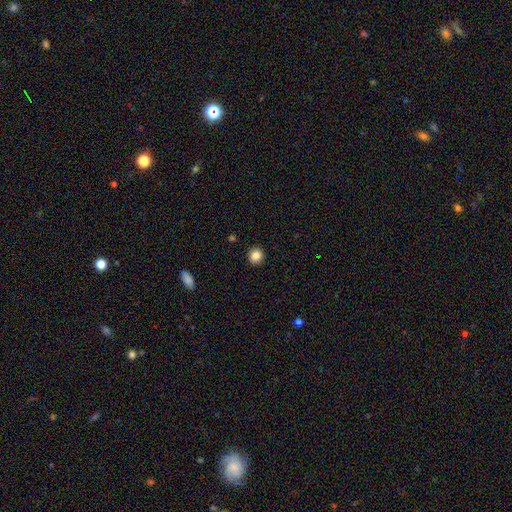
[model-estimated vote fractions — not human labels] Smooth or featured: smooth — 85% (star or artifact — 10%)
How rounded: round — 91% (in between — 8%)
Merging: none — 93% (minor disturbance — 5%)